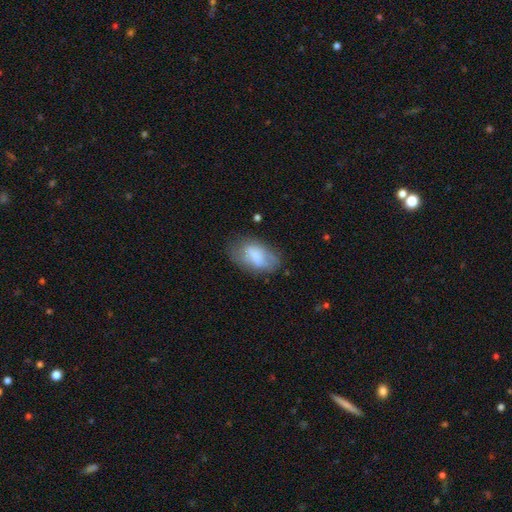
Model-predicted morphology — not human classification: A smooth galaxy with no disk features (69%) that is in between round and cigar-shaped (91%). Merging: none (52%).